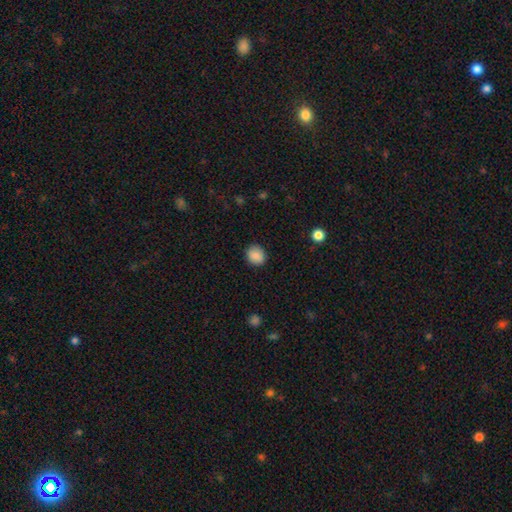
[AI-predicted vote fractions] This is clearly a smooth galaxy (87%). How rounded: likely round (78%). Merging: clearly none (89%).